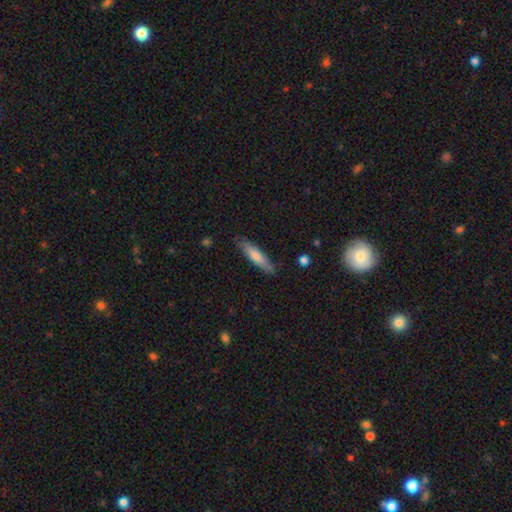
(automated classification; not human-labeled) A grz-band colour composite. It shows a smooth galaxy with no disk features (70%) that is cigar-shaped (80%). Merging: none (83%).